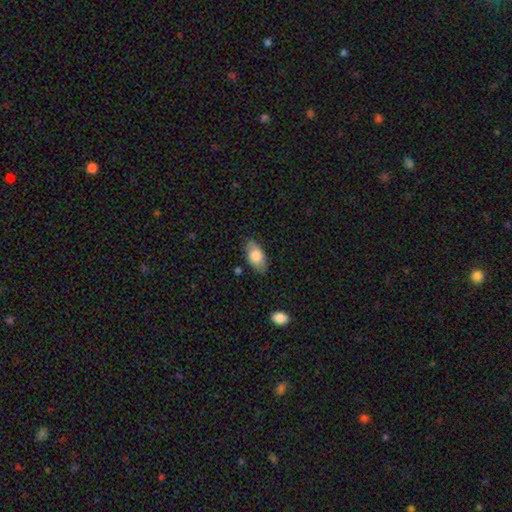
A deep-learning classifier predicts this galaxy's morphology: Smooth or featured? Predicted: smooth (p=0.79). How rounded? Predicted: in between (p=0.92). Merging? Predicted: none (p=0.79).